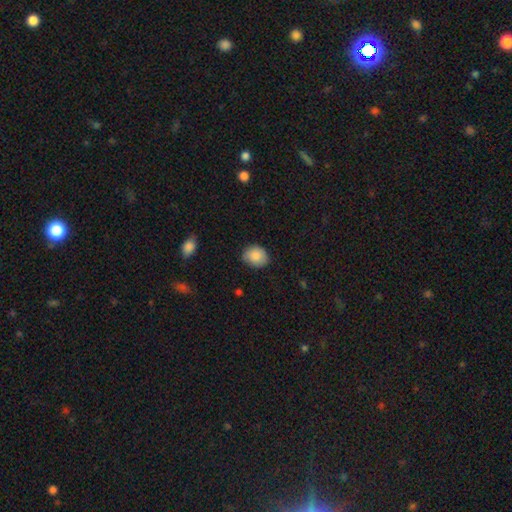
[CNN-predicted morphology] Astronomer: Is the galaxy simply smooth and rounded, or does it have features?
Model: smooth — 86%.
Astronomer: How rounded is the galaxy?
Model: round — 53% (runner-up: in between, 46%).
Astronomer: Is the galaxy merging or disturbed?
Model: none — 78%.